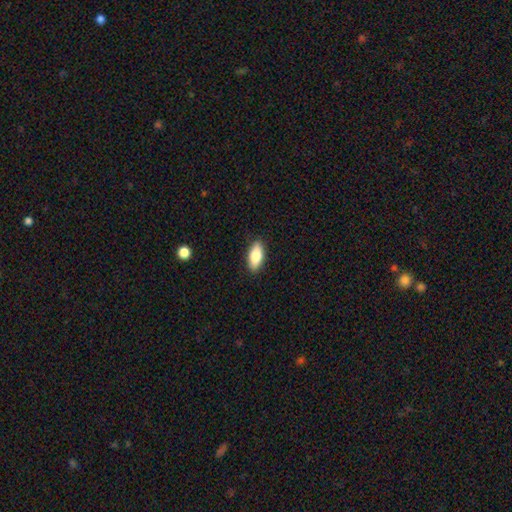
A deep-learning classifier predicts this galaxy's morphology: This is clearly a smooth galaxy (81%). How rounded: clearly in between (85%). Merging: clearly none (88%).